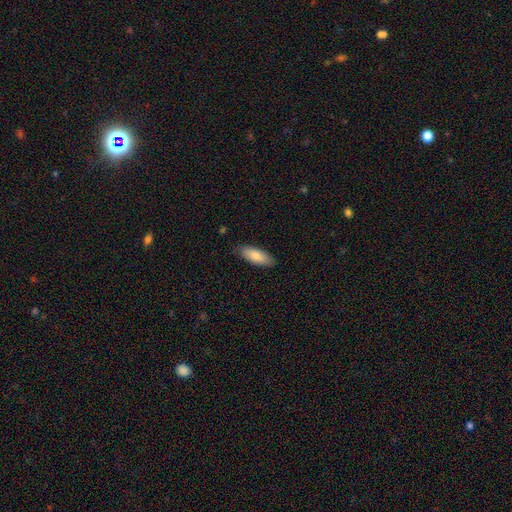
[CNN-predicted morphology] This is clearly a smooth galaxy (81%). How rounded: likely in between (72%). Merging: clearly none (87%).